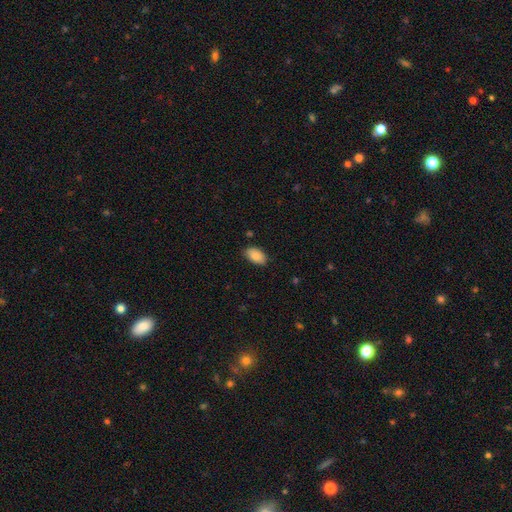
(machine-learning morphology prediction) Smooth or featured? smooth (88%)
How rounded? in between (93%)
Merging? none (85%)